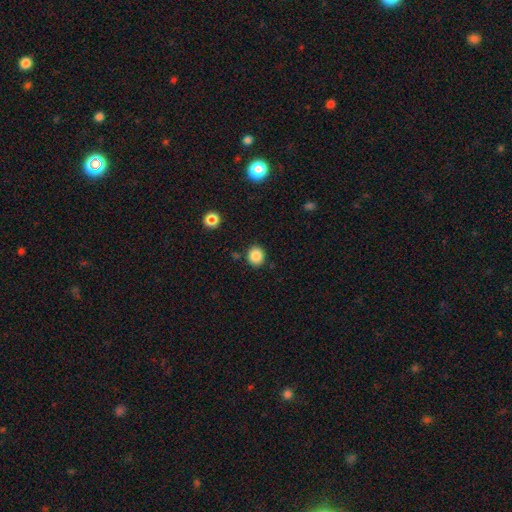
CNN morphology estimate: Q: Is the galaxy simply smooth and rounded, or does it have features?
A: smooth — 86%.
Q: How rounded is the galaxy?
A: round — 75%.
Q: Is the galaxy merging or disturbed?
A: none — 87%.